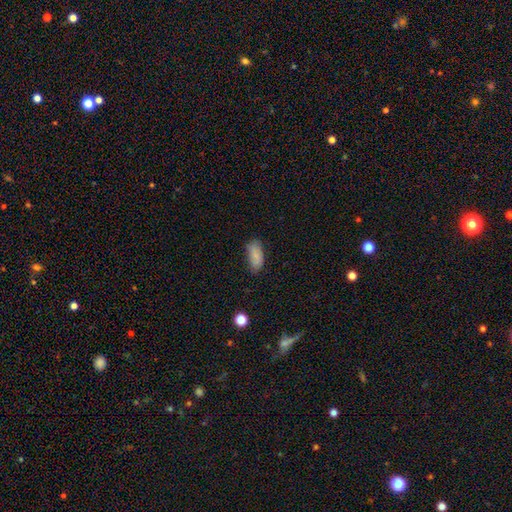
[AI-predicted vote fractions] Smooth or featured: smooth — 83% (featured or disk — 9%)
How rounded: in between — 90% (cigar-shaped — 8%)
Merging: none — 73% (minor disturbance — 21%)